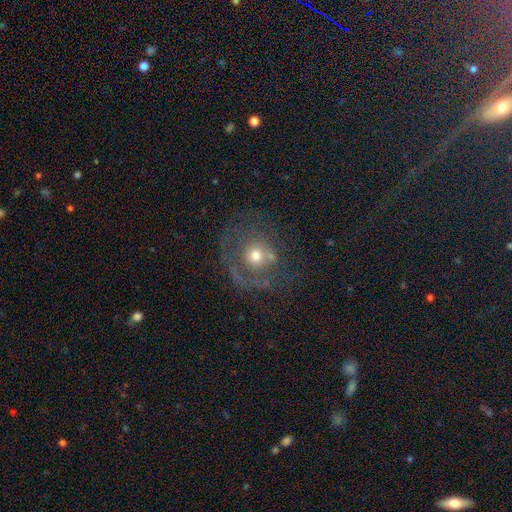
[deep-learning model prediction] This appears to be a smooth galaxy with no disk features (45%). Merging: none (53%).